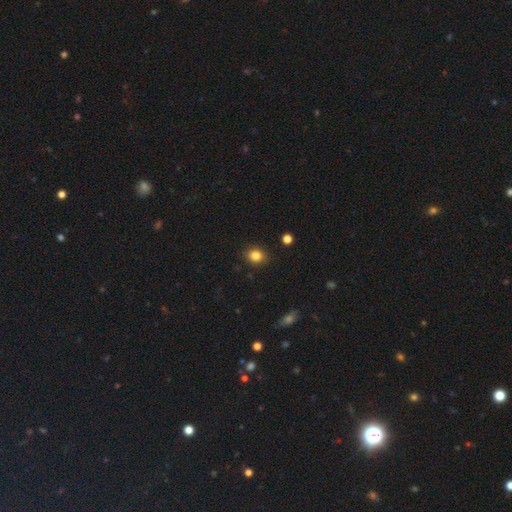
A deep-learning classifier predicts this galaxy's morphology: Q: Smooth or featured?
A: smooth (84%); runner-up: star or artifact (11%)
Q: How rounded?
A: round (64%); runner-up: in between (35%)
Q: Merging?
A: none (88%); runner-up: minor disturbance (8%)